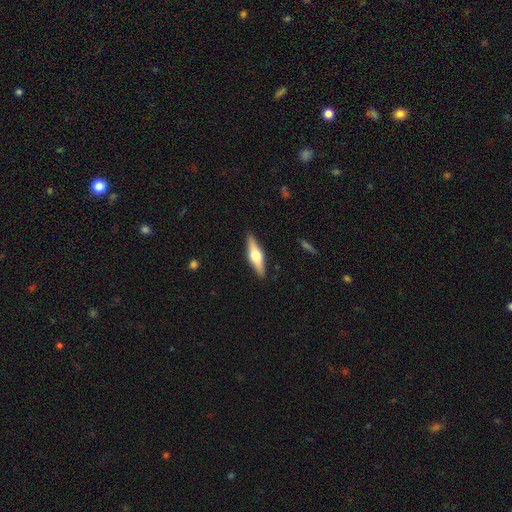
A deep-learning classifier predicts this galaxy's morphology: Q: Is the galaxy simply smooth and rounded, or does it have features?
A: featured or disk — 61%.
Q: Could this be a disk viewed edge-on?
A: yes — 96%.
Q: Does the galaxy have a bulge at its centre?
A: rounded — 93%.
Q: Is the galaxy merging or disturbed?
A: none — 90%.